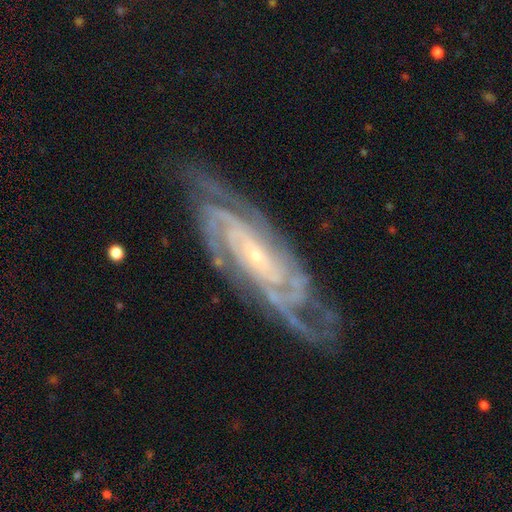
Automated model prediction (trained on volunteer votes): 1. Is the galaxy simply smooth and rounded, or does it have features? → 90% featured or disk, 5% star or artifact, 4% smooth.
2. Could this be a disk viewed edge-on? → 92% no, 8% yes.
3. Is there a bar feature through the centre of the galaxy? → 53% no, 30% weak, 18% strong.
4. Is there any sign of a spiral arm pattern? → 98% yes, 2% no.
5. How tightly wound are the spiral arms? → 73% tight, 24% medium, 3% loose.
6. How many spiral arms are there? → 25% 4, 20% 3, 20% can't tell, 17% 2, 11% more than 4, 7% 1.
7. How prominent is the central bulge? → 79% small, 16% moderate, 2% none, 1% large, 1% dominant.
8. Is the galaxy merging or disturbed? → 77% none, 16% minor disturbance, 5% major disturbance, 2% merger.